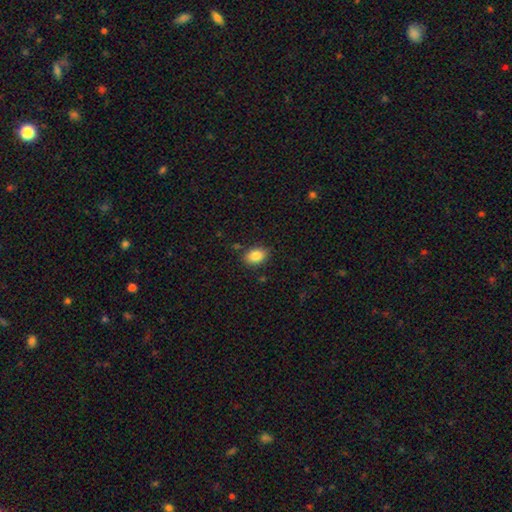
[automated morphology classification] type=smooth (85%); roundness=in between (78%); merging=none (84%).